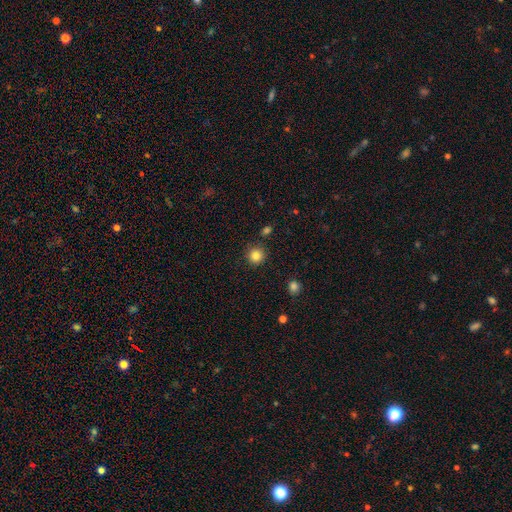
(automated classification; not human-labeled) A smooth galaxy with no disk features (85%) that is round (93%). Merging: none (88%).